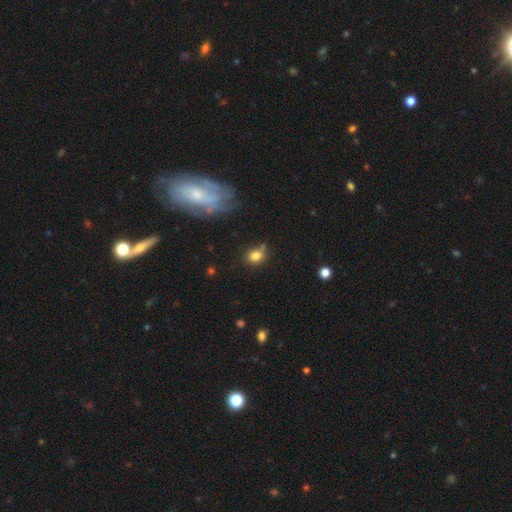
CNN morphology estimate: Smooth or featured? Predicted: smooth (p=0.80). How rounded? Predicted: round (p=0.65). Merging? Predicted: none (p=0.65).